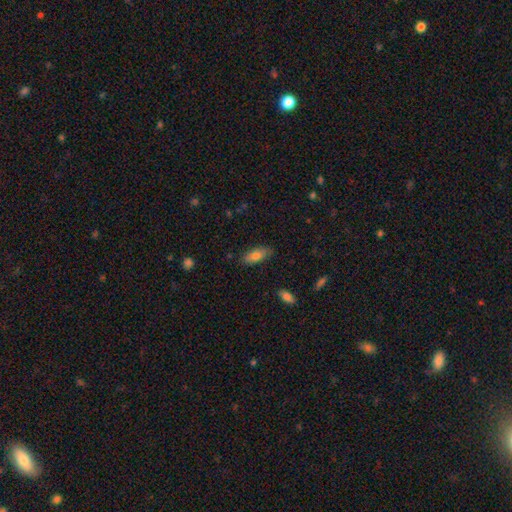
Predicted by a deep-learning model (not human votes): Smooth or featured: smooth — 78% (featured or disk — 15%)
How rounded: in between — 80% (cigar-shaped — 18%)
Merging: none — 83% (minor disturbance — 13%)